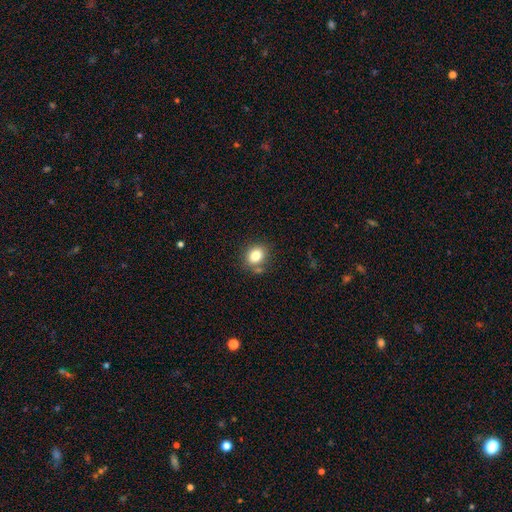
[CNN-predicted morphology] smooth 81%, star or artifact 11%, featured or disk 8%. Down the decision tree: how rounded — round (57%); merging — none (73%).